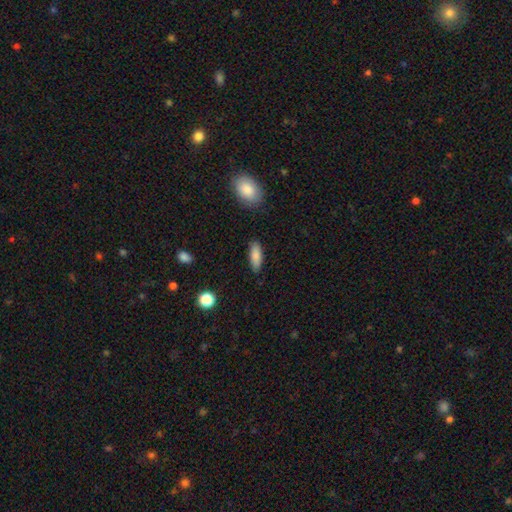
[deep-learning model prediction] Smooth or featured: smooth — 86% (featured or disk — 8%)
How rounded: in between — 66% (cigar-shaped — 32%)
Merging: none — 87% (minor disturbance — 10%)